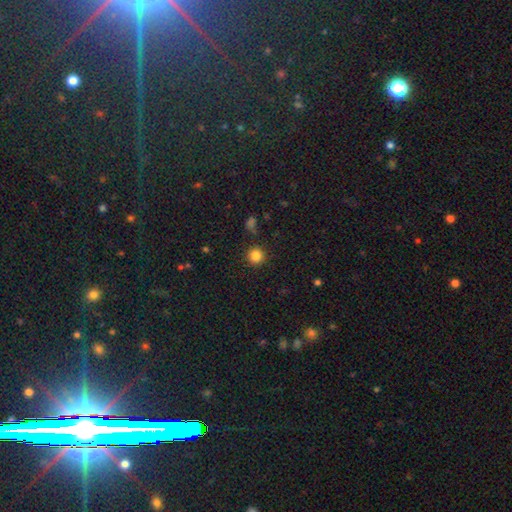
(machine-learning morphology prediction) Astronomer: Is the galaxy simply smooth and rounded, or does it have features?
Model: smooth — 84%.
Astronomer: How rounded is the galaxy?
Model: round — 95%.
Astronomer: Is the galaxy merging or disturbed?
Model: none — 90%.